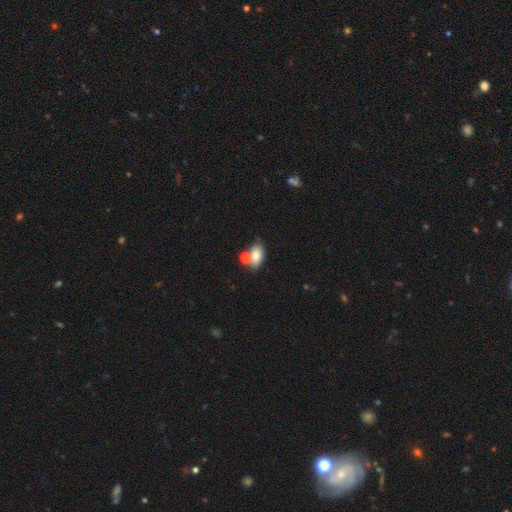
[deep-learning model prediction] This appears to be a smooth galaxy with no disk features (77%) that is in between round and cigar-shaped (87%). Merging: none (49%).